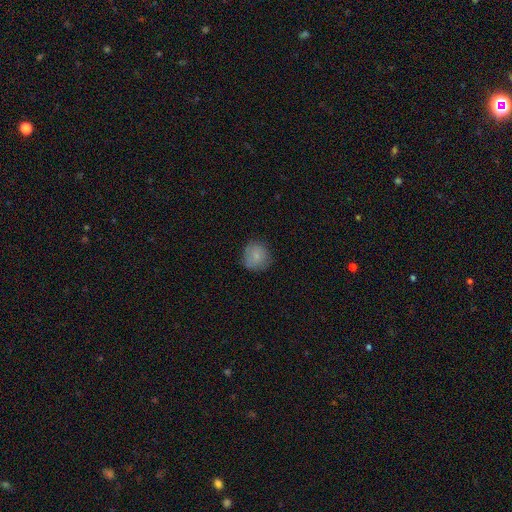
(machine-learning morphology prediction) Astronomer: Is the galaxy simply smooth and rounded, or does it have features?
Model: smooth — 80%.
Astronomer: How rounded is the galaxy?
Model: round — 86%.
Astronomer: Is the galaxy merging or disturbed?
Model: none — 74%.